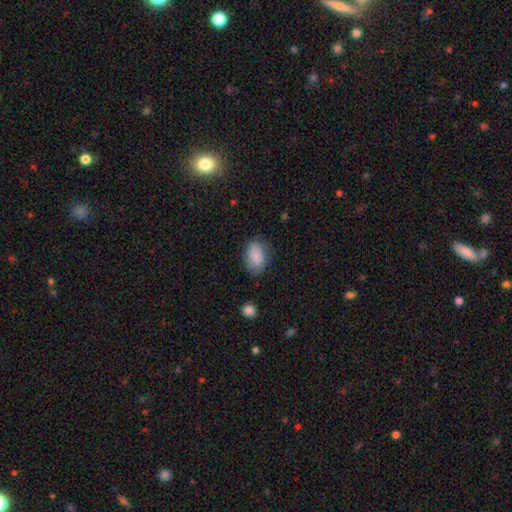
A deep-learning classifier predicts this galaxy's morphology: Smooth or featured: smooth — 84% (featured or disk — 8%)
How rounded: in between — 81% (round — 17%)
Merging: none — 73% (minor disturbance — 20%)